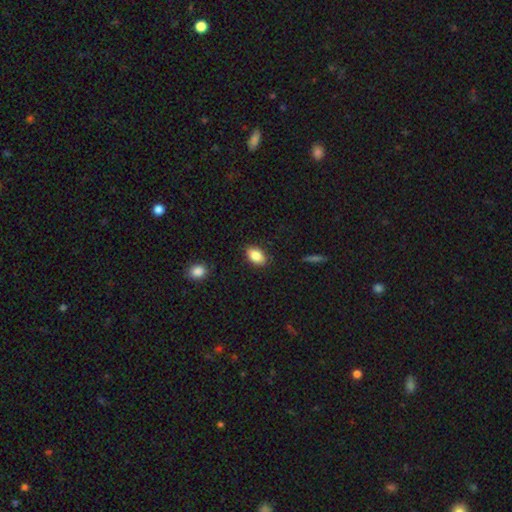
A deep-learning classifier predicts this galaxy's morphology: Smooth or featured? Predicted: smooth (p=0.86). How rounded? Predicted: in between (p=0.89). Merging? Predicted: none (p=0.85).